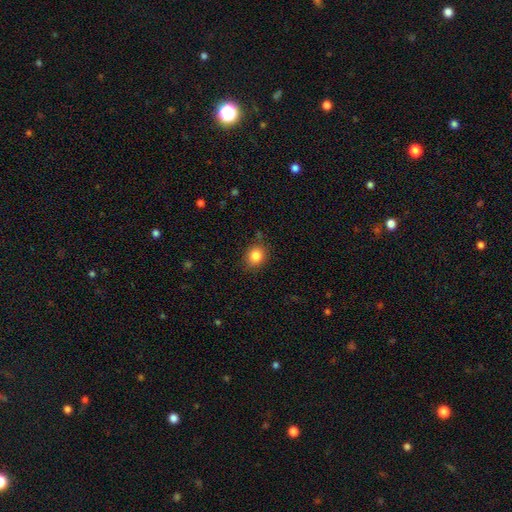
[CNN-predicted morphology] Smooth or featured?
  - smooth: 85% *
  - star or artifact: 10%
  - featured or disk: 5%
How rounded?
  - round: 67% *
  - in between: 32%
  - cigar-shaped: 1%
Merging?
  - none: 83% *
  - minor disturbance: 12%
  - major disturbance: 3%
  - merger: 2%